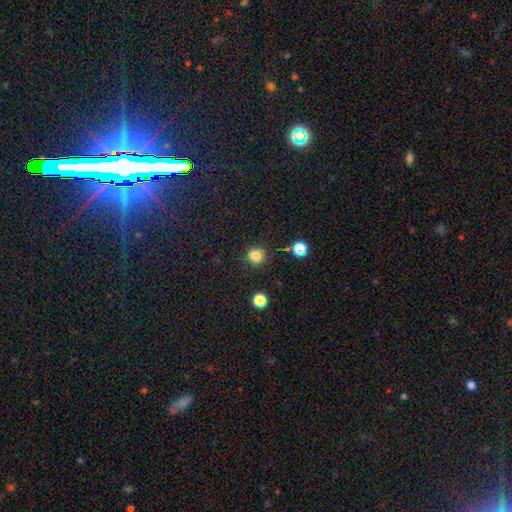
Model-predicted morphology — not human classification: A smooth galaxy with no disk features (83%) that is round (91%).

Vote fractions:
- Smooth or featured? smooth: 83% / star or artifact: 13% / featured or disk: 4%
- How rounded? round: 91% / in between: 8% / cigar-shaped: 1%
- Merging? none: 86% / minor disturbance: 8% / major disturbance: 3% / merger: 3%